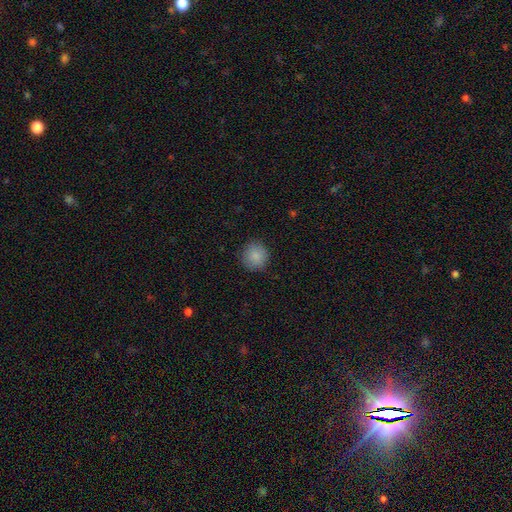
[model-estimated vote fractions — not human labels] smooth_or_featured: smooth (p=0.87) [alt: star or artifact p=0.08]
how_rounded: round (p=0.92) [alt: in between p=0.07]
merging: none (p=0.88) [alt: minor disturbance p=0.08]